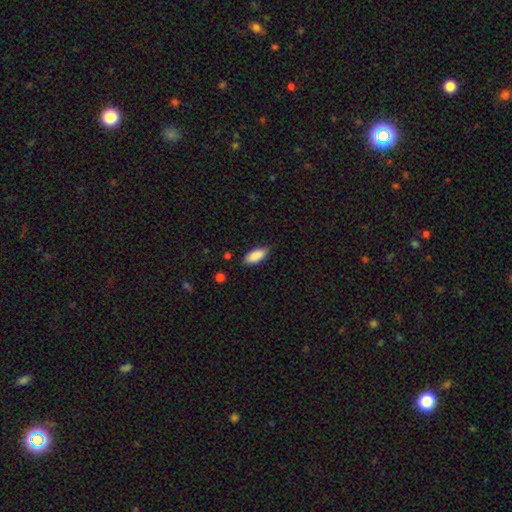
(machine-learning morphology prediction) type=smooth (89%); roundness=in between (83%); merging=none (82%).